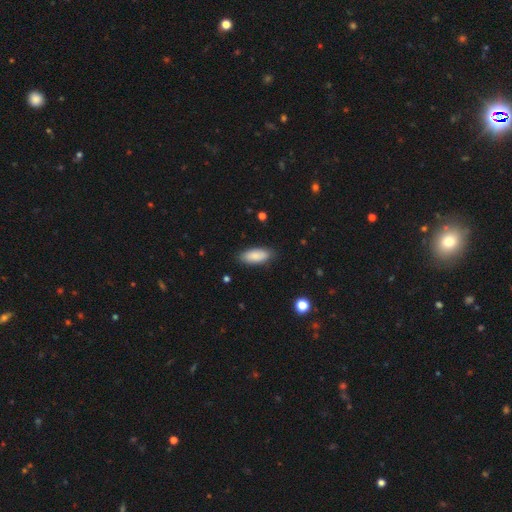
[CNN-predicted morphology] Overall: smooth (86%). How rounded: in between (84%). Merging: none (86%).